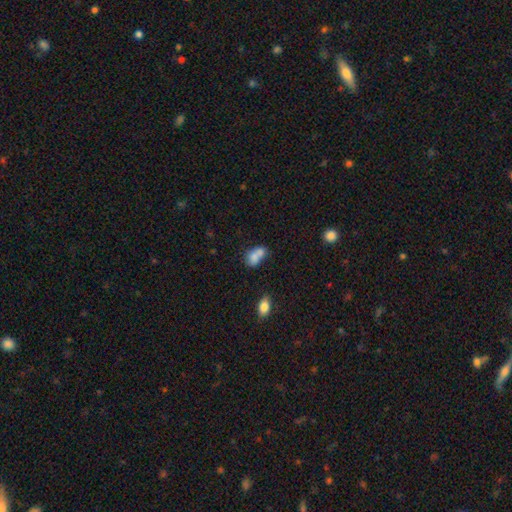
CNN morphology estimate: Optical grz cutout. It shows a smooth galaxy with no disk features (76%) that is in between round and cigar-shaped (71%). Merging: merger (60%).